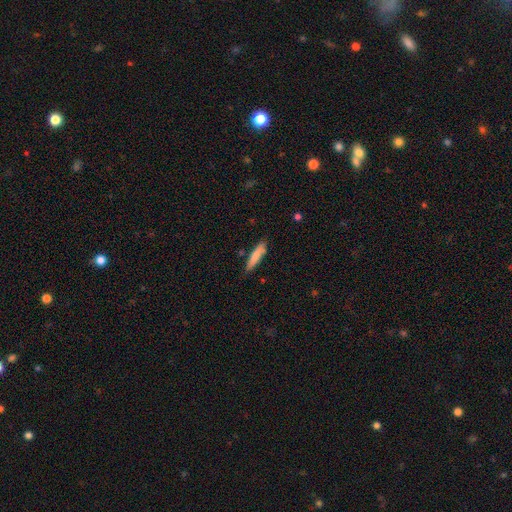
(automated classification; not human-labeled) This is likely a smooth galaxy (78%). How rounded: clearly cigar-shaped (86%). Merging: likely none (79%).